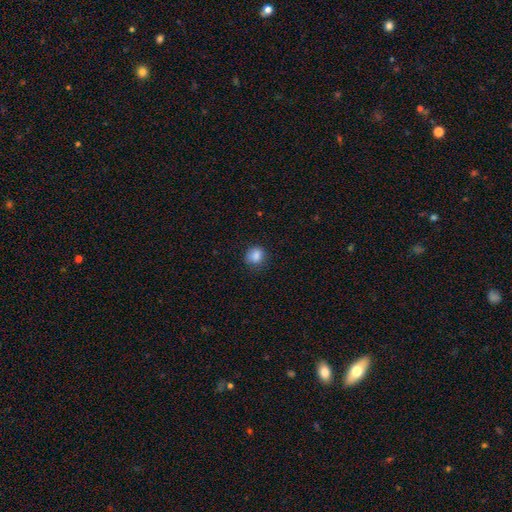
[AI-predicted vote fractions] A smooth galaxy with no disk features (86%) that is round (70%). Merging: none (78%).